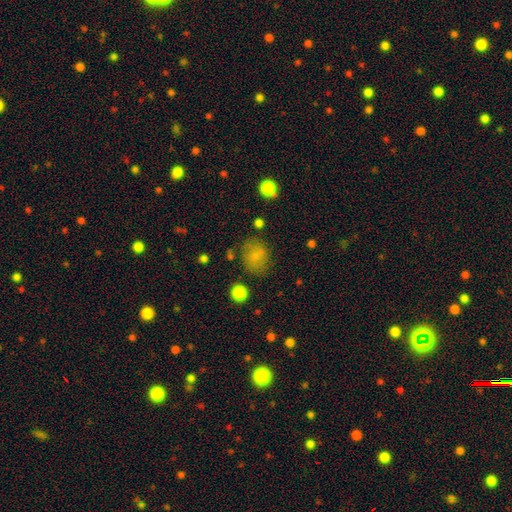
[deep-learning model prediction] Q: Smooth or featured?
A: smooth (75%); runner-up: star or artifact (15%)
Q: How rounded?
A: round (60%); runner-up: in between (39%)
Q: Merging?
A: none (72%); runner-up: minor disturbance (17%)